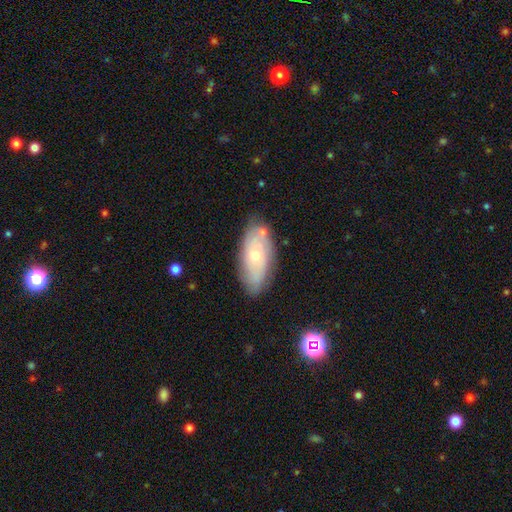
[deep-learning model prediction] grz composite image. It shows a smooth galaxy with no disk features (46%, tied with featured or disk). Merging: none (75%).